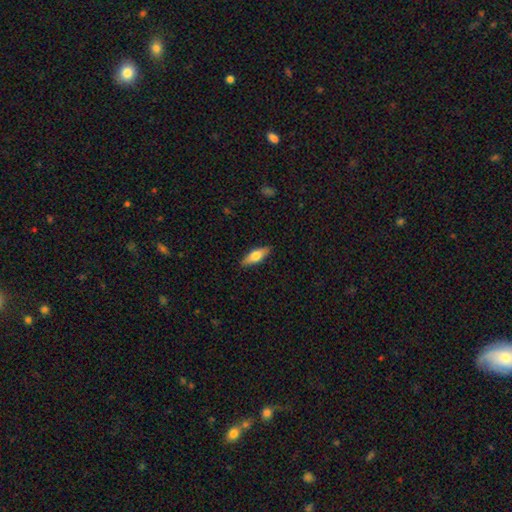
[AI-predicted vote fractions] A smooth galaxy with no disk features (68%) that is in between round and cigar-shaped (64%).

Vote fractions:
- Smooth or featured? smooth: 68% / featured or disk: 26% / star or artifact: 6%
- How rounded? in between: 64% / cigar-shaped: 33% / round: 2%
- Merging? none: 87% / minor disturbance: 10% / major disturbance: 2% / merger: 1%